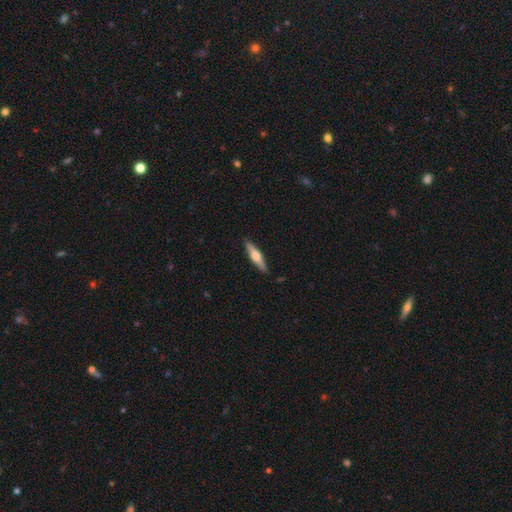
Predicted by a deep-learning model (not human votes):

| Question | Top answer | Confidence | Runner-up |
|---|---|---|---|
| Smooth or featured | featured or disk | 52% | smooth (43%) |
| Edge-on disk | yes | 95% | no (5%) |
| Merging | none | 89% | minor disturbance (8%) |